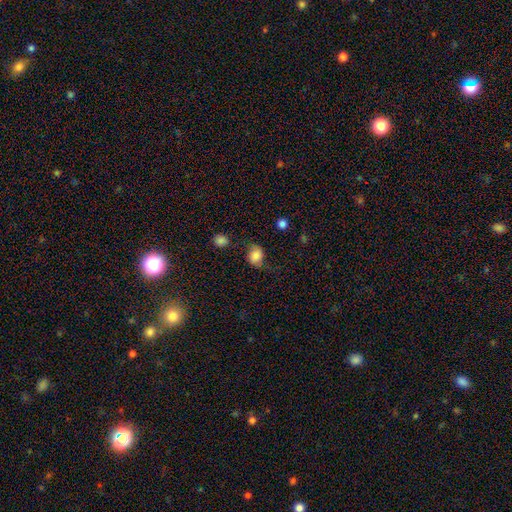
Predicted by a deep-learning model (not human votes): This is likely a smooth galaxy (77%). How rounded: possibly round (54%). Merging: possibly none (58%).